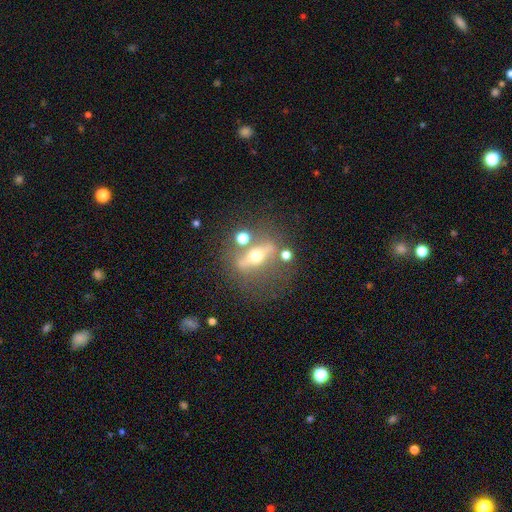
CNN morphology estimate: smooth_or_featured: featured or disk (p=0.70) [alt: smooth p=0.19]
disk_edge_on: yes (p=0.59) [alt: no p=0.41]
merging: none (p=0.67) [alt: minor disturbance p=0.13]